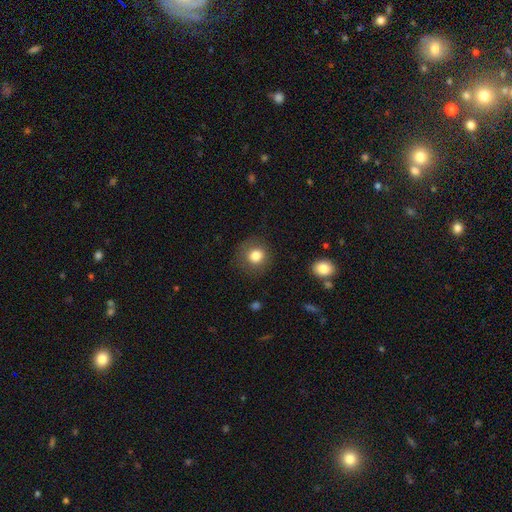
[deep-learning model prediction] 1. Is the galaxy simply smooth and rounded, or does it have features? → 81% smooth, 10% star or artifact, 9% featured or disk.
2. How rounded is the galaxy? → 86% round, 13% in between, 1% cigar-shaped.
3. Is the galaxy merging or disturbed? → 82% none, 12% minor disturbance, 5% major disturbance, 1% merger.